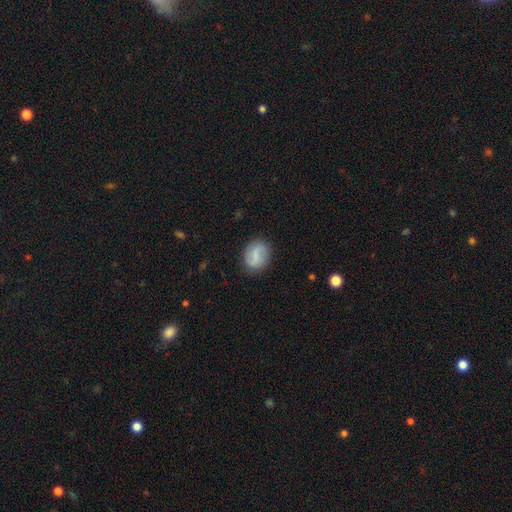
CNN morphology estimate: Overall: smooth (56%; featured or disk 36%). How rounded: round (52%; in between 46%). Merging: none (84%).